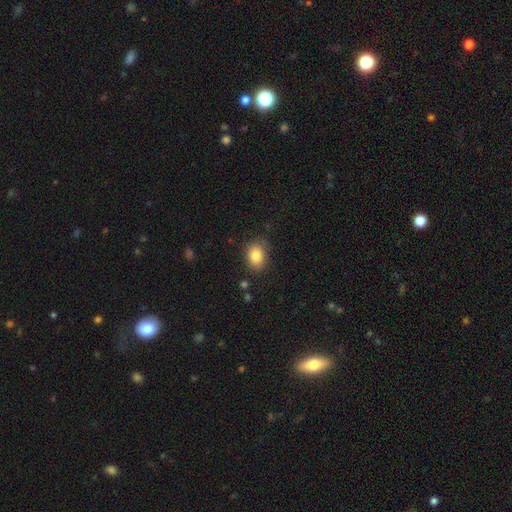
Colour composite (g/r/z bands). It shows a smooth galaxy with no disk features (89%) that is in between round and cigar-shaped (55%). Merging: none (82%).